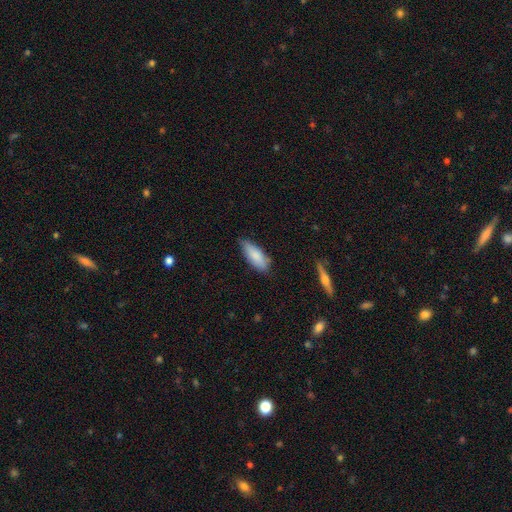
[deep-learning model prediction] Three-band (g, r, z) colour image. It shows a smooth galaxy with no disk features (84%) that is in between round and cigar-shaped (70%). Merging: none (74%).